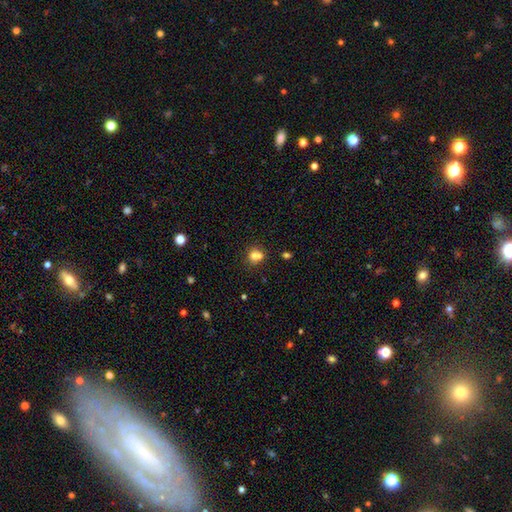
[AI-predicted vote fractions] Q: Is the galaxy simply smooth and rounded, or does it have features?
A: smooth — 72%.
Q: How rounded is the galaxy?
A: round — 74%.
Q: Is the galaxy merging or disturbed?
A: merger — 47%.